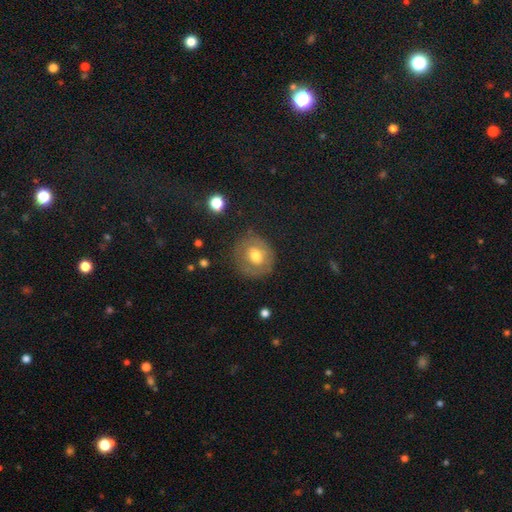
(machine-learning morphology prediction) Q: Smooth or featured?
A: smooth (59%); runner-up: featured or disk (32%)
Q: How rounded?
A: round (78%); runner-up: in between (21%)
Q: Merging?
A: none (76%); runner-up: minor disturbance (16%)